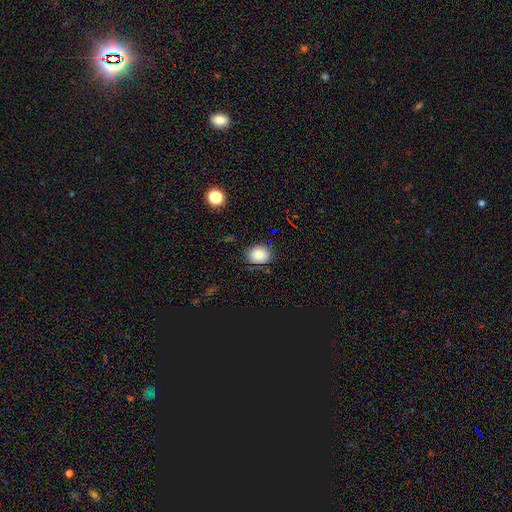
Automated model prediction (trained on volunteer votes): Smooth or featured? smooth (81%)
How rounded? round (73%)
Merging? none (85%)